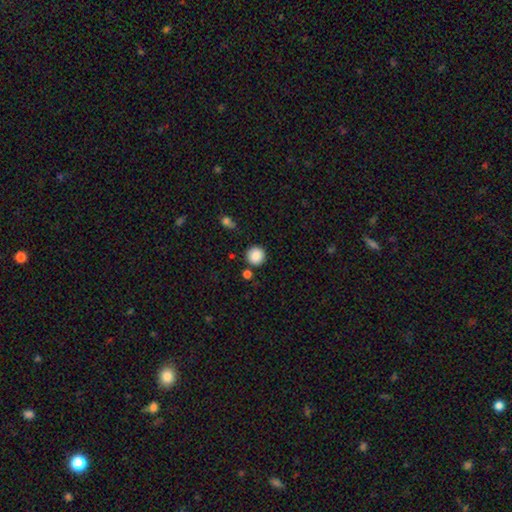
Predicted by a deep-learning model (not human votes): Morphology: type=smooth (88%); roundness=round (94%); merging=none (86%).